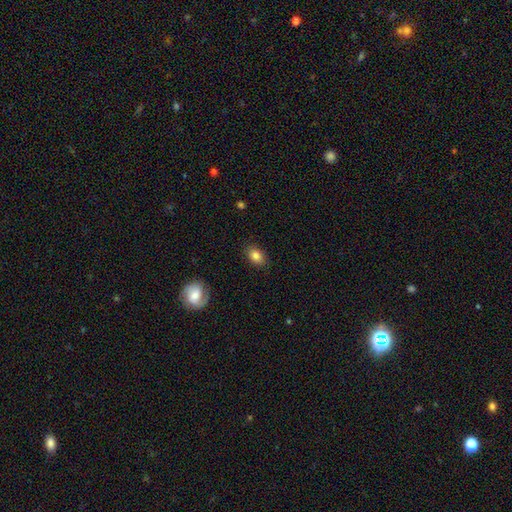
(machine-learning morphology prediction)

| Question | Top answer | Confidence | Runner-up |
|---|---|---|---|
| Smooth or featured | smooth | 82% | star or artifact (9%) |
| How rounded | in between | 77% | round (21%) |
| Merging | none | 87% | minor disturbance (10%) |